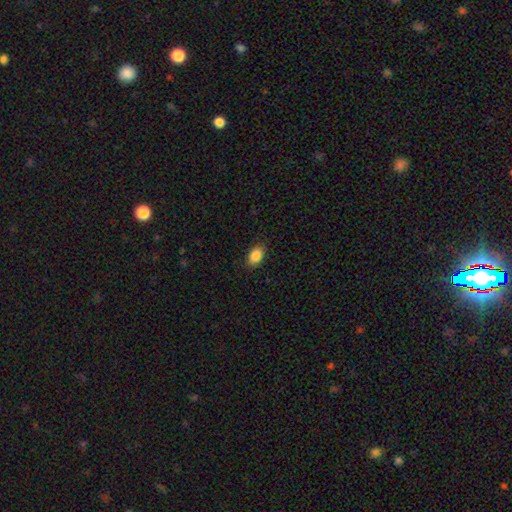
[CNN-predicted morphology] smooth_or_featured: smooth (p=0.88) [alt: star or artifact p=0.08]
how_rounded: in between (p=0.90) [alt: round p=0.09]
merging: none (p=0.88) [alt: minor disturbance p=0.09]